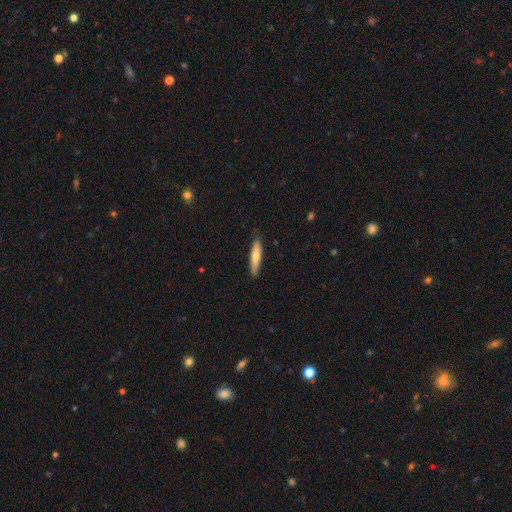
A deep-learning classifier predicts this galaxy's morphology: type=smooth (66%); roundness=cigar-shaped (86%); merging=none (86%).